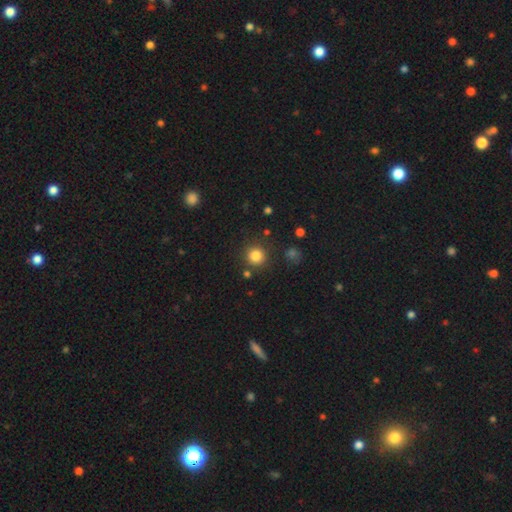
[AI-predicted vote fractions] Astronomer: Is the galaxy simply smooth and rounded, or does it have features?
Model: smooth — 83%.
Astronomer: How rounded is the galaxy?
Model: round — 94%.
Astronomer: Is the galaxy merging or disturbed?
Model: none — 86%.